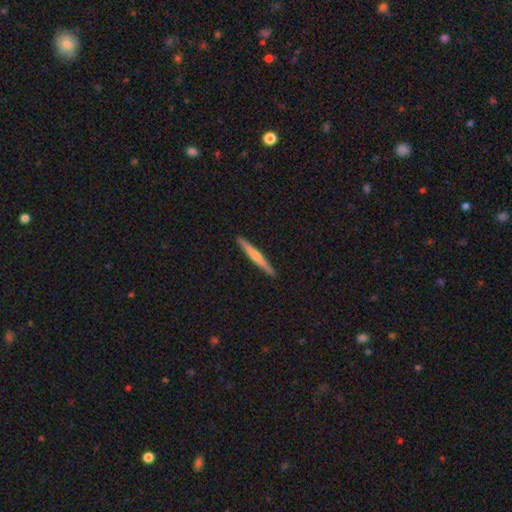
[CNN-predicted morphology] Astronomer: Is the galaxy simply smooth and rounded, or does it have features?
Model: smooth — 51% (runner-up: featured or disk, 44%).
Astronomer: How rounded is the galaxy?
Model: cigar-shaped — 96%.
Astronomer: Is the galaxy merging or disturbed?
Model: none — 92%.